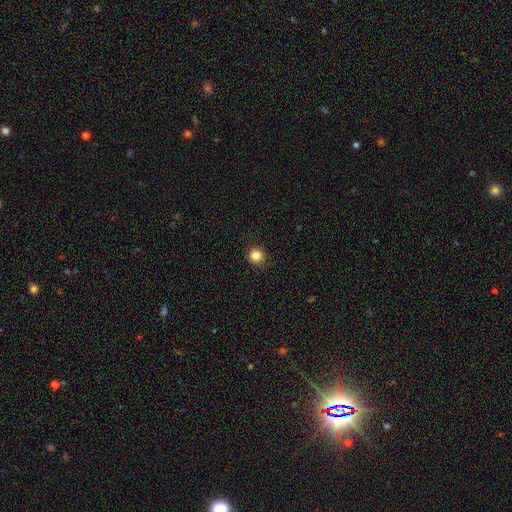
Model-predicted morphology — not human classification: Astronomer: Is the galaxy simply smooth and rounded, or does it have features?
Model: smooth — 84%.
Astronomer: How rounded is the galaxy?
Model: round — 91%.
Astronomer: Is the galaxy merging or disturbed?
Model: none — 92%.